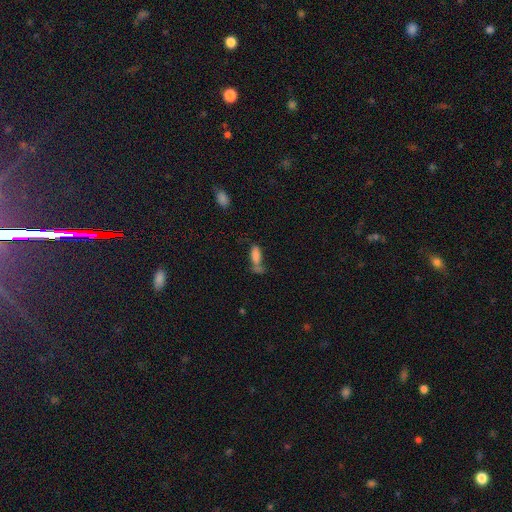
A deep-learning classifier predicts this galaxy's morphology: The model was most divided on "merging": none: 37%, merger: 34%, minor disturbance: 17%, major disturbance: 12%. More confident: smooth or featured — smooth (77%); how rounded — in between (69%).